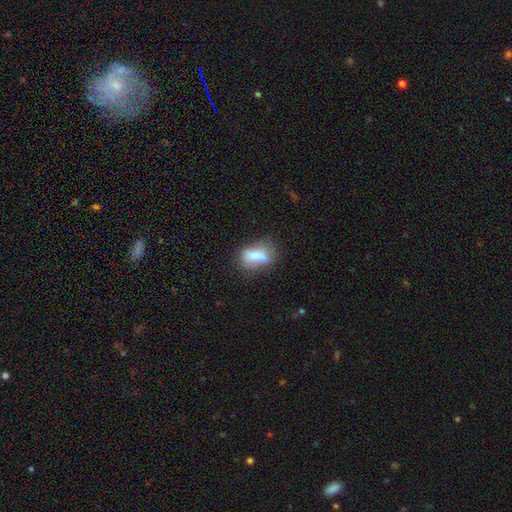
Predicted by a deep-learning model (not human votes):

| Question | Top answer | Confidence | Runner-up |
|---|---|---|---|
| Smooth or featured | smooth | 69% | featured or disk (21%) |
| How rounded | in between | 77% | cigar-shaped (12%) |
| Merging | none | 45% | minor disturbance (29%) |